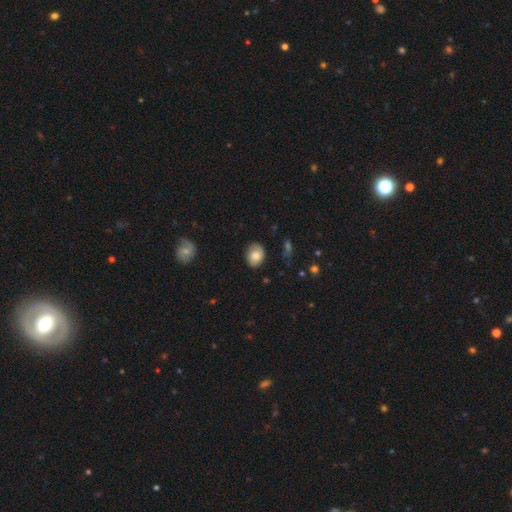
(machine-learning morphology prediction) type=smooth (78%); roundness=in between (62%); merging=none (80%).